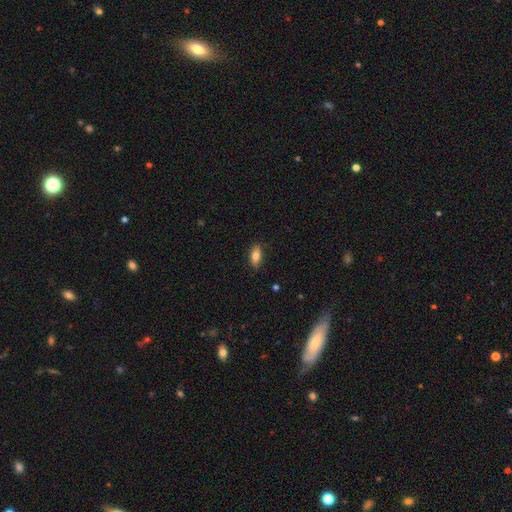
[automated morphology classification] smooth-or-featured: smooth: 81% | featured or disk: 12% | star or artifact: 7%
  how-rounded: in between: 83% | cigar-shaped: 13% | round: 3%
  merging: none: 85% | minor disturbance: 11% | major disturbance: 2% | merger: 1%